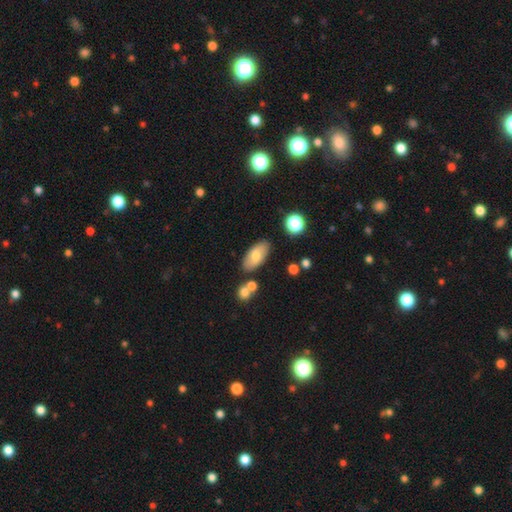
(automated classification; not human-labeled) Q: Smooth or featured?
A: smooth (72%); runner-up: featured or disk (21%)
Q: How rounded?
A: in between (91%); runner-up: cigar-shaped (6%)
Q: Merging?
A: none (78%); runner-up: minor disturbance (12%)